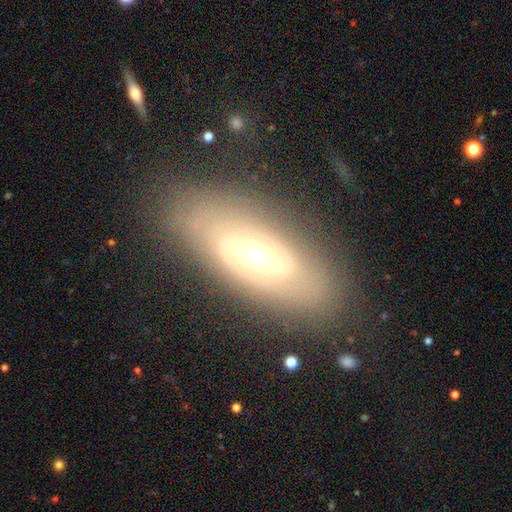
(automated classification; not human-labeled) This appears to be a featured or disk galaxy (68%) with no bar (50%), spiral arms (68%) and a moderate central bulge (52%). Merging: none (80%).